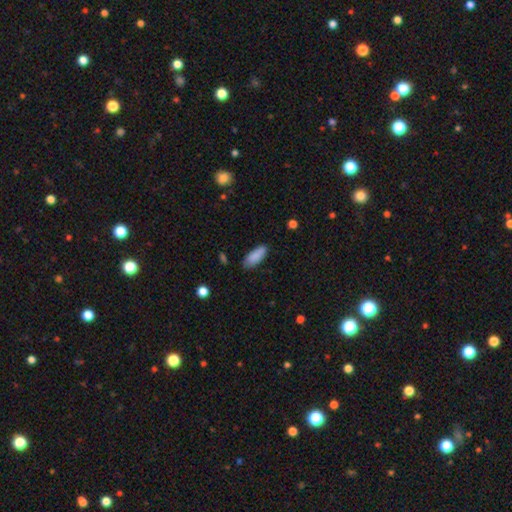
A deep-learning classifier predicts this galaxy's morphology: Smooth or featured? smooth (88%)
How rounded? in between (75%)
Merging? none (81%)